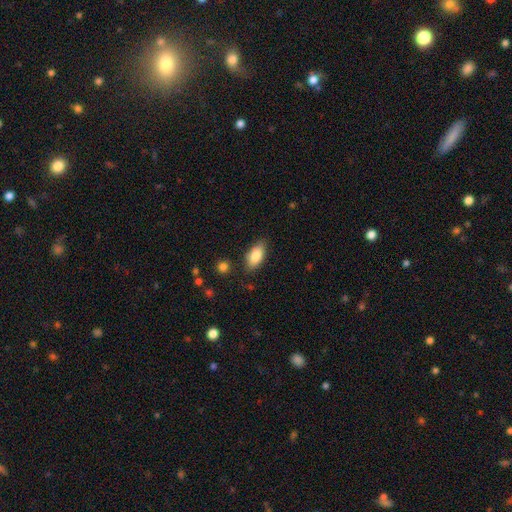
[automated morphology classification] type=smooth (84%); roundness=in between (89%); merging=none (82%).